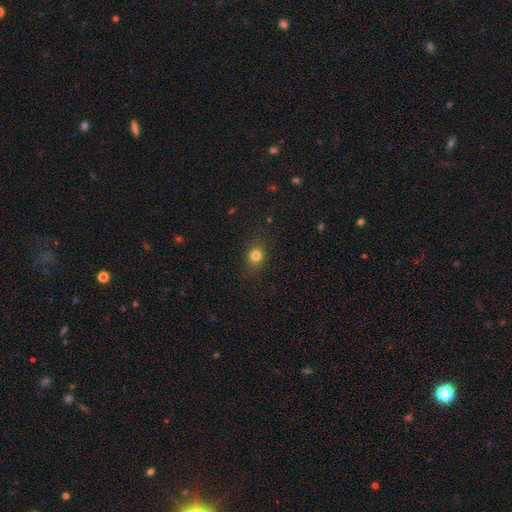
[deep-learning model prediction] This appears to be a smooth galaxy with no disk features (80%) that is round (60%). Merging: none (86%).